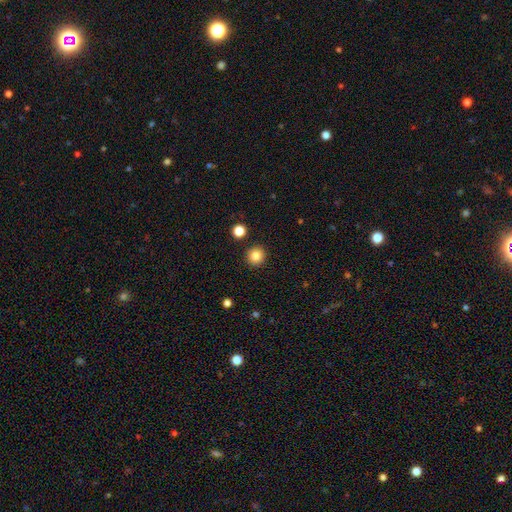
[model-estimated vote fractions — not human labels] smooth-or-featured: smooth: 84% | star or artifact: 11% | featured or disk: 5%
  how-rounded: round: 94% | in between: 5% | cigar-shaped: 1%
  merging: none: 92% | minor disturbance: 4% | major disturbance: 2% | merger: 2%